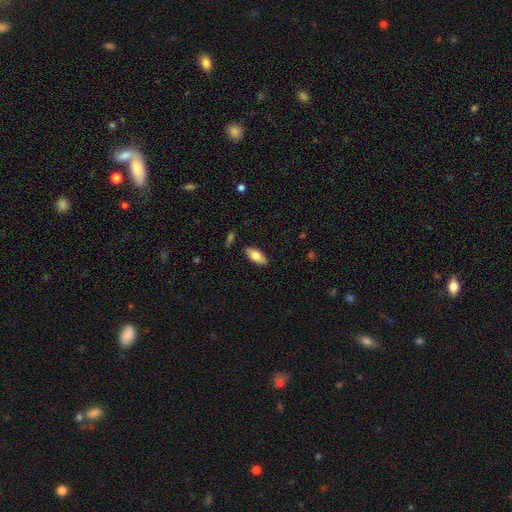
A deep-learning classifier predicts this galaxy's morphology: Overall: smooth (75%). How rounded: in between (88%). Merging: none (86%).